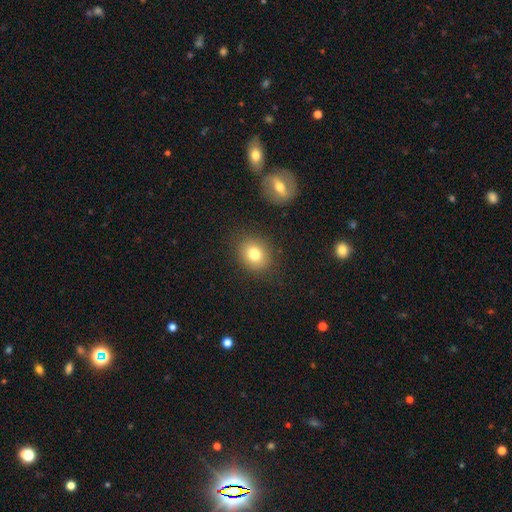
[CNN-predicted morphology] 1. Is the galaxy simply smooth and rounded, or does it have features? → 77% smooth, 13% star or artifact, 10% featured or disk.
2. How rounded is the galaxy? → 65% round, 34% in between, 1% cigar-shaped.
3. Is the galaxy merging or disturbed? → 87% none, 8% minor disturbance, 3% major disturbance, 2% merger.